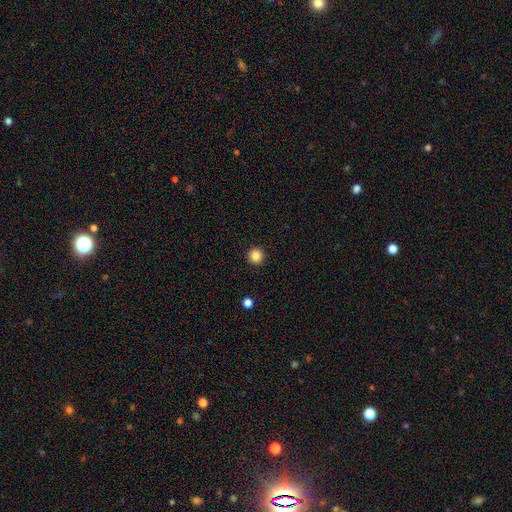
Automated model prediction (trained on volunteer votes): A smooth galaxy with no disk features (85%) that is round (96%). Merging: none (93%).